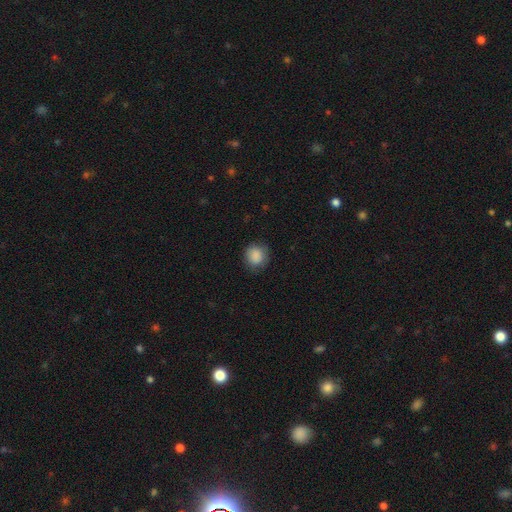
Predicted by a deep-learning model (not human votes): Overall: smooth (87%). How rounded: round (82%). Merging: none (80%).